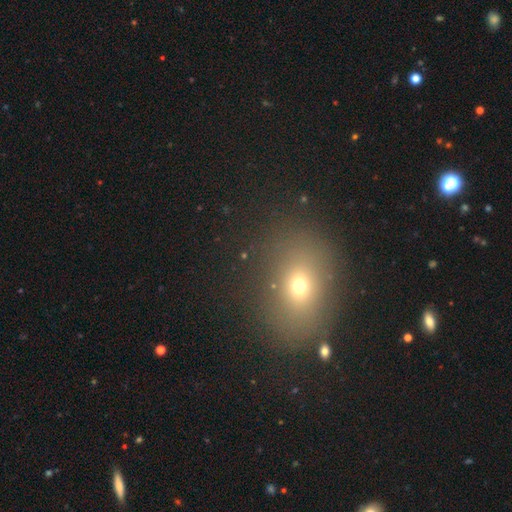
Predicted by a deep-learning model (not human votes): Smooth or featured? smooth (60%)
How rounded? in between (59%)
Merging? none (85%)